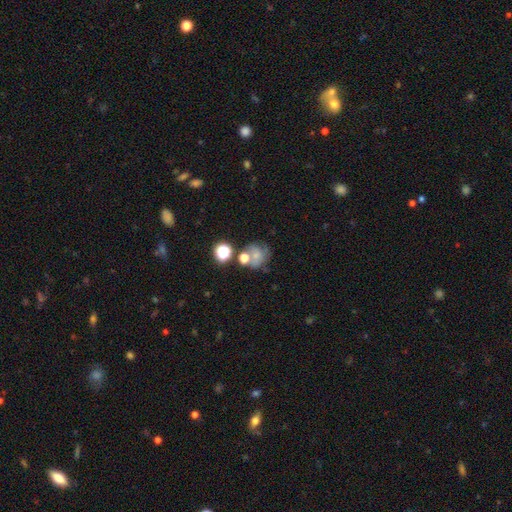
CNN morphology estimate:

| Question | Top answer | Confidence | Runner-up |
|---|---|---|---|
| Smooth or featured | smooth | 60% | featured or disk (24%) |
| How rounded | round | 77% | in between (22%) |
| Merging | none | 42% | merger (28%) |